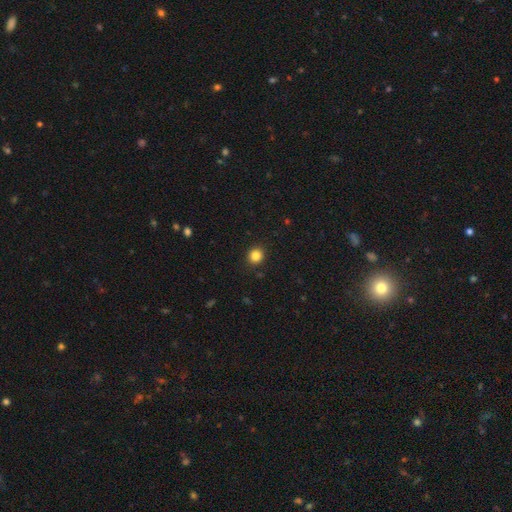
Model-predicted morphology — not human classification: smooth-or-featured: smooth: 85% | star or artifact: 11% | featured or disk: 4%
  how-rounded: round: 87% | in between: 12% | cigar-shaped: 1%
  merging: none: 91% | minor disturbance: 6% | major disturbance: 2% | merger: 1%